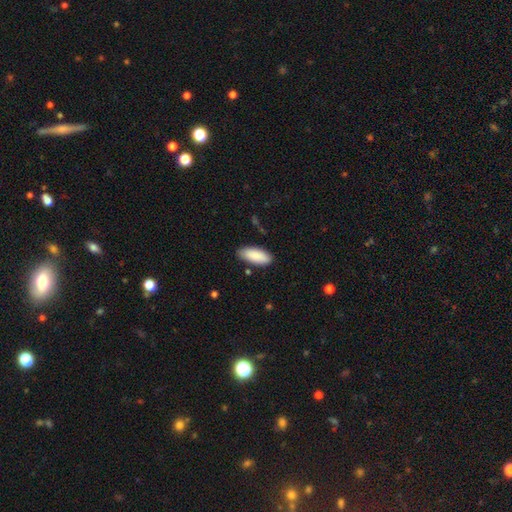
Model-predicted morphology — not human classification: A smooth galaxy with no disk features (89%) that is in between round and cigar-shaped (82%).

Vote fractions:
- Smooth or featured? smooth: 89% / star or artifact: 6% / featured or disk: 5%
- How rounded? in between: 82% / cigar-shaped: 16% / round: 2%
- Merging? none: 83% / minor disturbance: 13% / major disturbance: 2% / merger: 2%